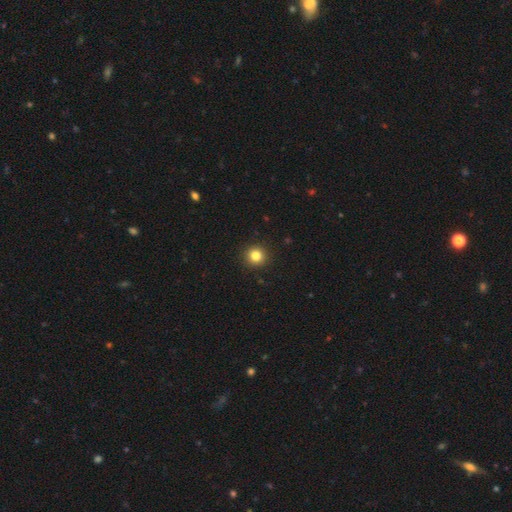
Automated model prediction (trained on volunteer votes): A smooth galaxy with no disk features (83%) that is round (93%).

Vote fractions:
- Smooth or featured? smooth: 83% / star or artifact: 12% / featured or disk: 5%
- How rounded? round: 93% / in between: 6% / cigar-shaped: 1%
- Merging? none: 93% / minor disturbance: 5% / major disturbance: 2% / merger: 1%